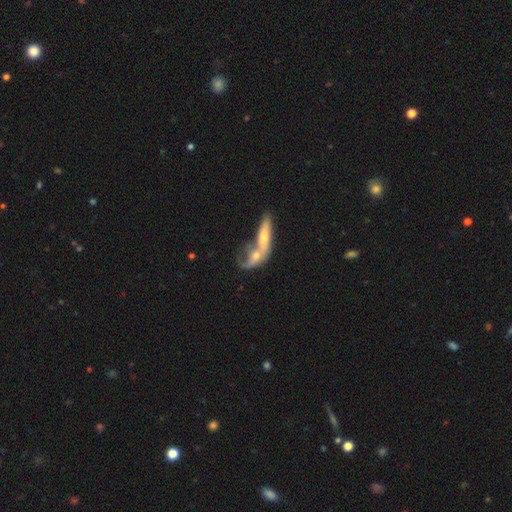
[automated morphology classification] This appears to be a featured or disk galaxy (50%). Merging: merger (66%).